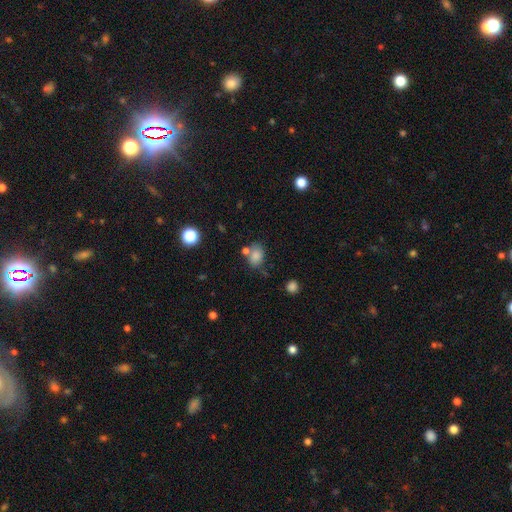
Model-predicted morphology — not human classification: type=smooth (80%); roundness=in between (68%); merging=none (53%).